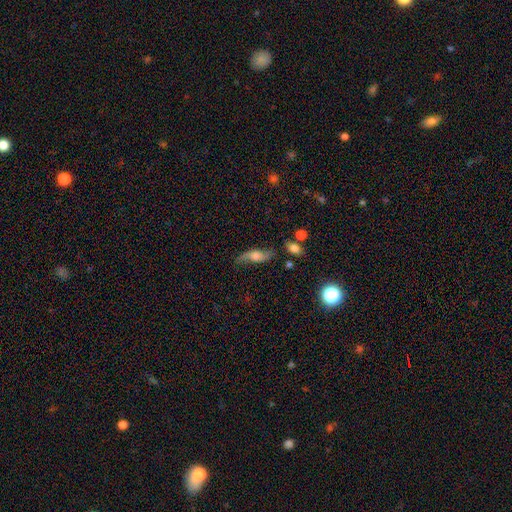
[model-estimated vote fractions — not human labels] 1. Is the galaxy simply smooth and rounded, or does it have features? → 58% featured or disk, 32% smooth, 10% star or artifact.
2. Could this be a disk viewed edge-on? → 74% no, 26% yes.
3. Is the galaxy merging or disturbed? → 67% none, 21% minor disturbance, 8% major disturbance, 3% merger.